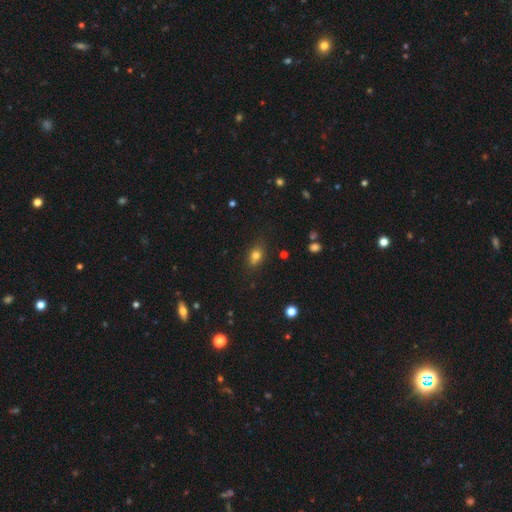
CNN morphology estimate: Smooth or featured? smooth (76%)
How rounded? in between (60%)
Merging? none (73%)